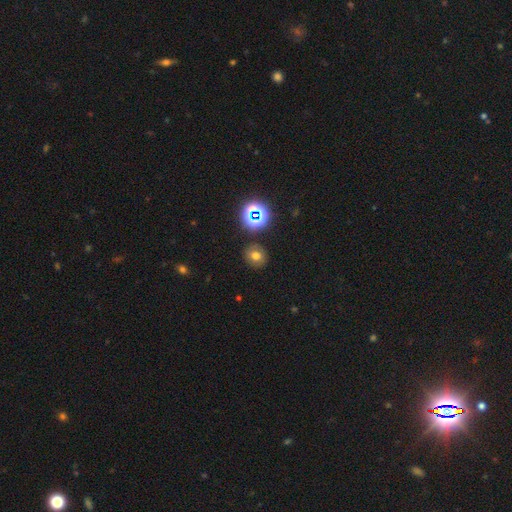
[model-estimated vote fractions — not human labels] Overall: smooth (64%). How rounded: round (77%). Merging: none (86%).